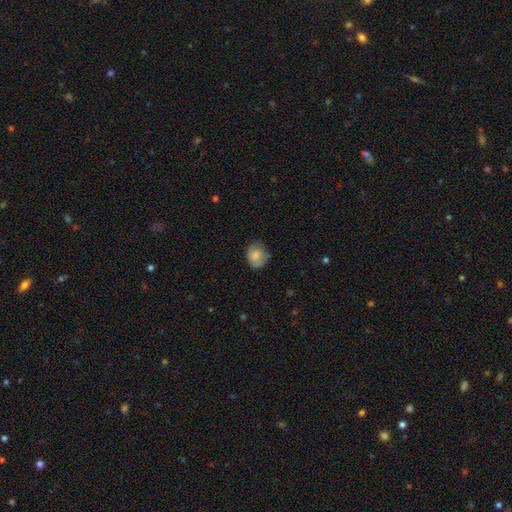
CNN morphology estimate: smooth_or_featured: smooth (p=0.78) [alt: featured or disk p=0.14]
how_rounded: round (p=0.54) [alt: in between p=0.45]
merging: none (p=0.61) [alt: minor disturbance p=0.29]